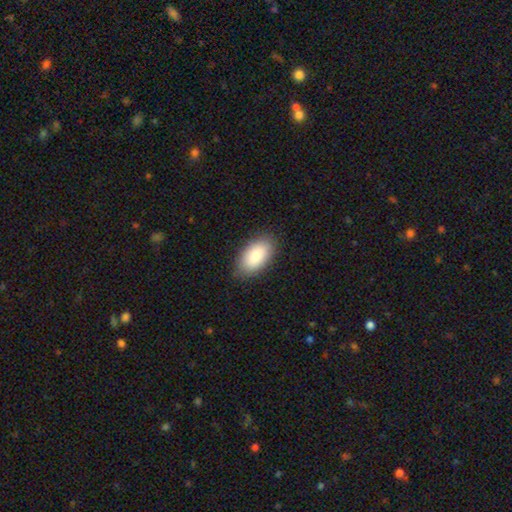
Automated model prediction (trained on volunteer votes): Morphology: type=smooth (85%); roundness=in between (94%); merging=none (84%).